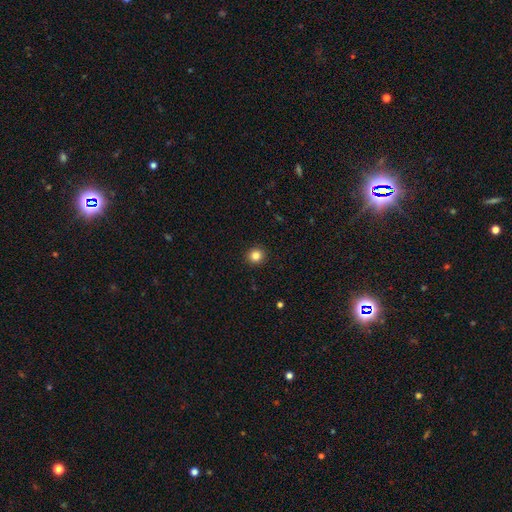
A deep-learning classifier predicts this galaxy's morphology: A smooth galaxy with no disk features (84%) that is round (93%).

Vote fractions:
- Smooth or featured? smooth: 84% / star or artifact: 11% / featured or disk: 4%
- How rounded? round: 93% / in between: 6% / cigar-shaped: 1%
- Merging? none: 93% / minor disturbance: 4% / major disturbance: 2% / merger: 1%